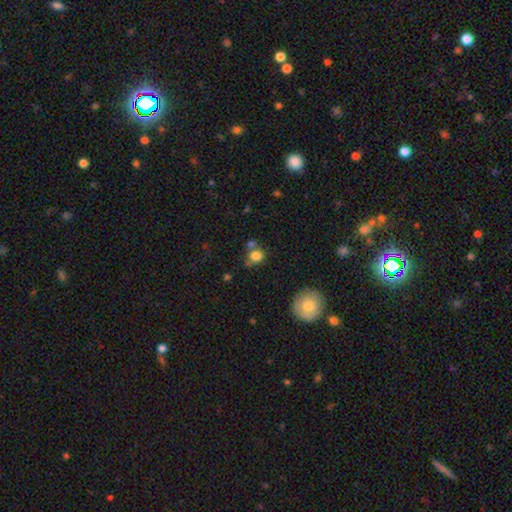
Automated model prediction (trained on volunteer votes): Q: Smooth or featured?
A: smooth (80%); runner-up: star or artifact (12%)
Q: How rounded?
A: round (72%); runner-up: in between (26%)
Q: Merging?
A: none (53%); runner-up: merger (24%)